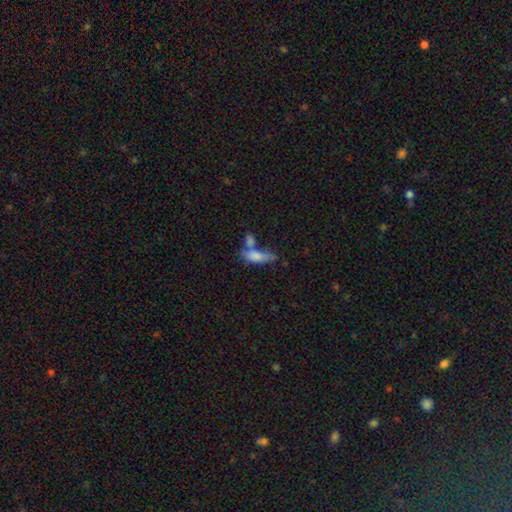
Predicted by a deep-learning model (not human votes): smooth_or_featured: smooth (p=0.76) [alt: featured or disk p=0.17]
how_rounded: in between (p=0.60) [alt: cigar-shaped p=0.36]
merging: merger (p=0.40) [alt: none p=0.35]